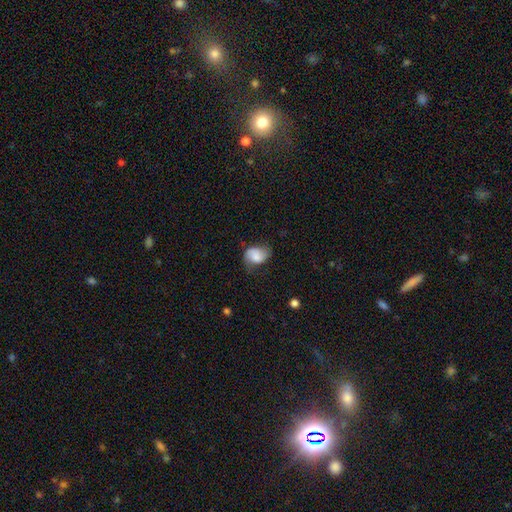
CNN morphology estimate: Smooth or featured: smooth — 54% (featured or disk — 38%)
How rounded: in between — 68% (round — 31%)
Merging: none — 47% (minor disturbance — 33%)